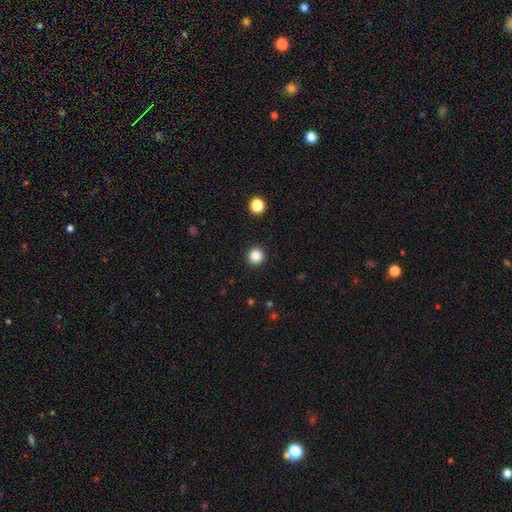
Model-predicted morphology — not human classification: A smooth galaxy with no disk features (85%) that is round (96%).

Vote fractions:
- Smooth or featured? smooth: 85% / star or artifact: 11% / featured or disk: 4%
- How rounded? round: 96% / in between: 4% / cigar-shaped: 1%
- Merging? none: 93% / minor disturbance: 4% / major disturbance: 2% / merger: 1%